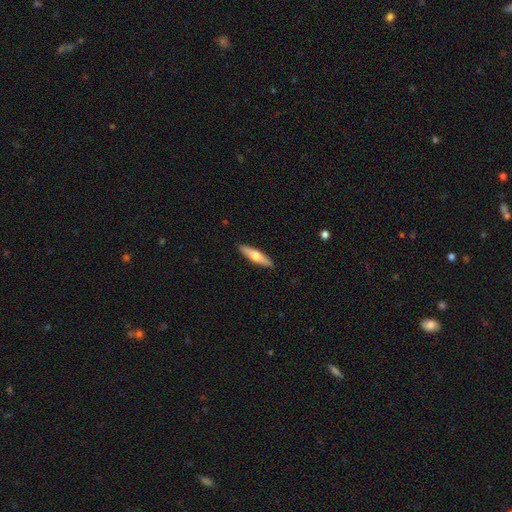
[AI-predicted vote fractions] smooth 56%, featured or disk 38%, star or artifact 5%. Down the decision tree: how rounded — cigar-shaped (71%); merging — none (90%).